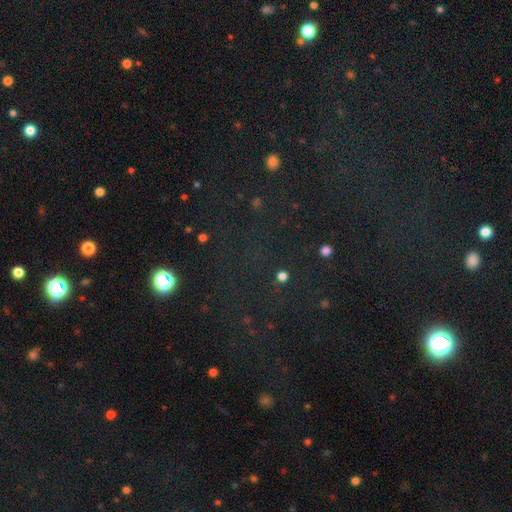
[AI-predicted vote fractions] smooth_or_featured: star or artifact (p=0.70) [alt: smooth p=0.19]